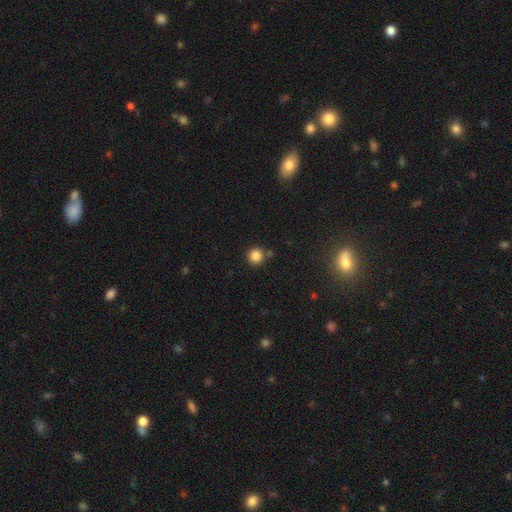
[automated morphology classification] Smooth or featured? smooth (85%)
How rounded? round (94%)
Merging? none (80%)